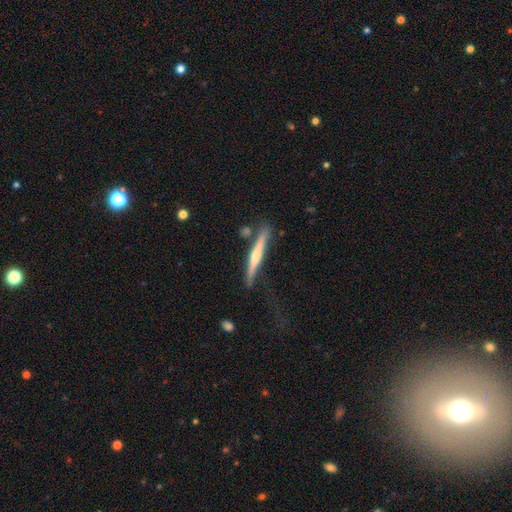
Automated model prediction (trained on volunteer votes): Morphology: type=featured or disk (63%); edge-on=yes (97%); edge-on bulge=rounded (67%); merging=none (70%).